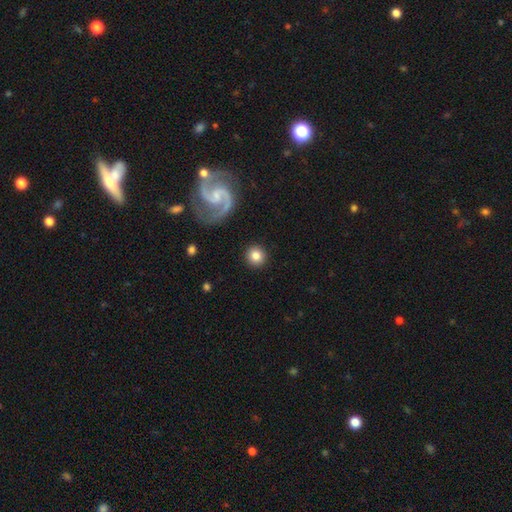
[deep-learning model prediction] smooth 80%, featured or disk 12%, star or artifact 8%. Down the decision tree: how rounded — round (95%); merging — none (91%).